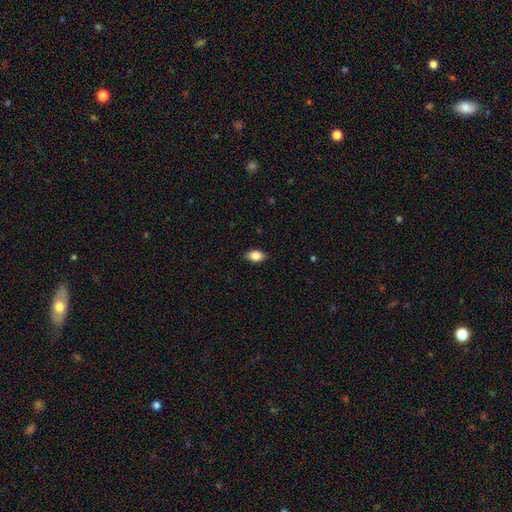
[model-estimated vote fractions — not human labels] Smooth or featured? Predicted: smooth (p=0.85). How rounded? Predicted: in between (p=0.87). Merging? Predicted: none (p=0.88).